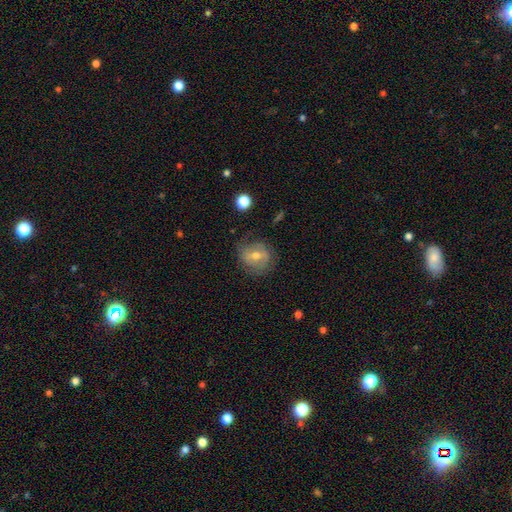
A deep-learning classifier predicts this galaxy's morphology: Smooth or featured: featured or disk — 52% (smooth — 36%)
Edge-on disk: no — 94% (yes — 6%)
Merging: none — 72% (minor disturbance — 19%)